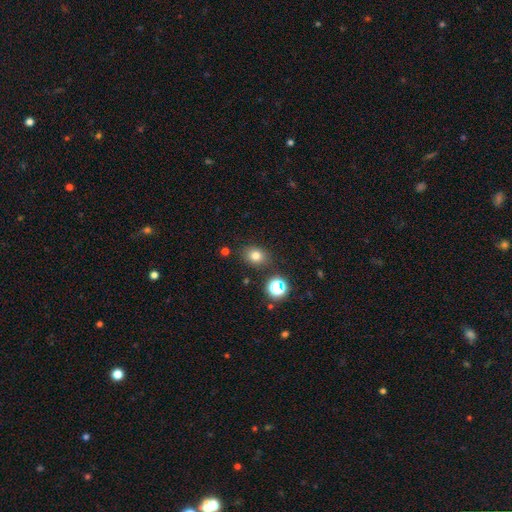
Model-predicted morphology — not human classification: smooth 76%, star or artifact 16%, featured or disk 8%. Down the decision tree: how rounded — round (53%); merging — none (83%).